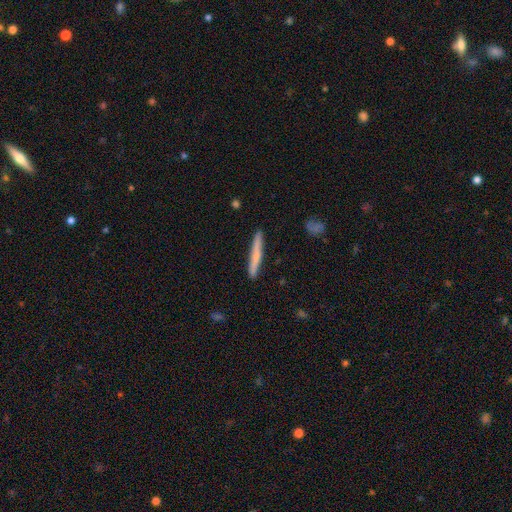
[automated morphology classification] Smooth or featured: smooth — 65% (featured or disk — 30%)
How rounded: cigar-shaped — 96% (in between — 3%)
Merging: none — 91% (minor disturbance — 7%)